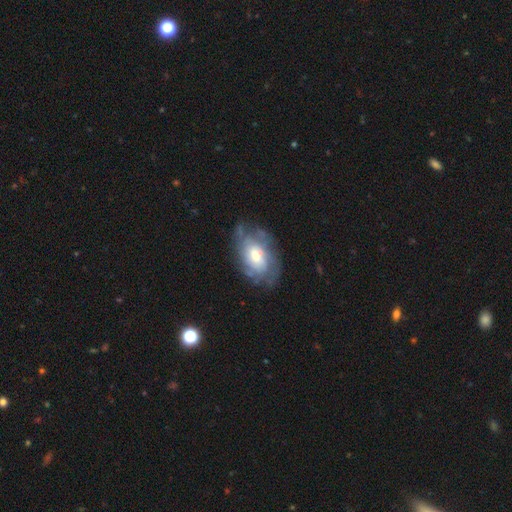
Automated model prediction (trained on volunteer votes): The model was most divided on "bulge size": moderate: 46%, small: 25%, large: 23%, none: 4%, dominant: 2%. More confident: edge-on disk — no (95%); bar — no (68%); spiral arms — yes (64%); merging — none (57%); smooth or featured — featured or disk (56%).